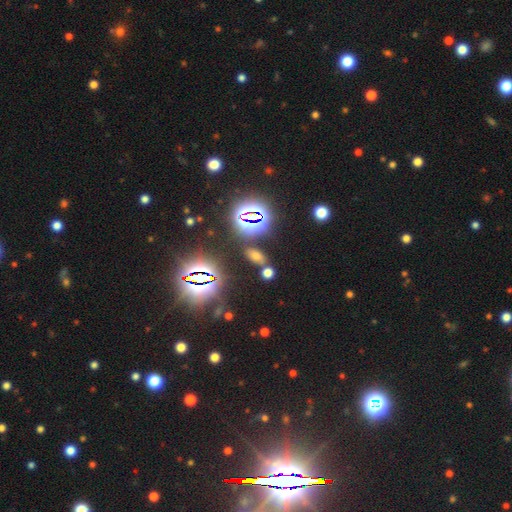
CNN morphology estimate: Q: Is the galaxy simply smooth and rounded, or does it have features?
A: smooth — 51%.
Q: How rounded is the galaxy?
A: in between — 81%.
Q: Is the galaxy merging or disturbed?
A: none — 77%.